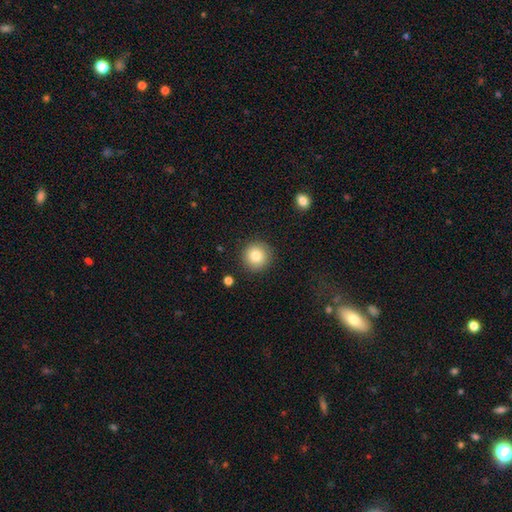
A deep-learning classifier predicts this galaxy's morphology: Q: Smooth or featured?
A: smooth (83%); runner-up: star or artifact (9%)
Q: How rounded?
A: round (95%); runner-up: in between (5%)
Q: Merging?
A: none (89%); runner-up: minor disturbance (7%)